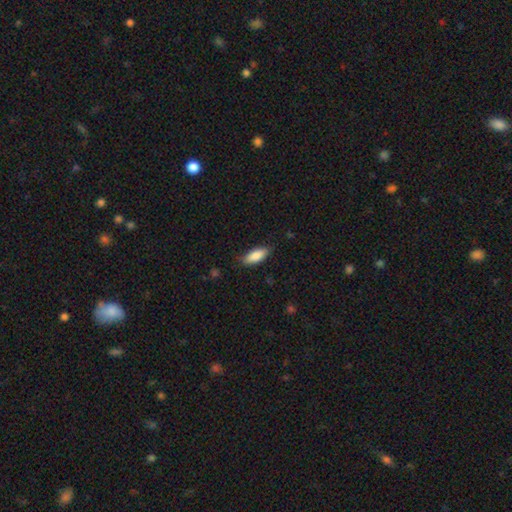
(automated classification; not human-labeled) Q: Smooth or featured?
A: smooth (86%); runner-up: featured or disk (8%)
Q: How rounded?
A: in between (75%); runner-up: cigar-shaped (23%)
Q: Merging?
A: none (81%); runner-up: minor disturbance (15%)